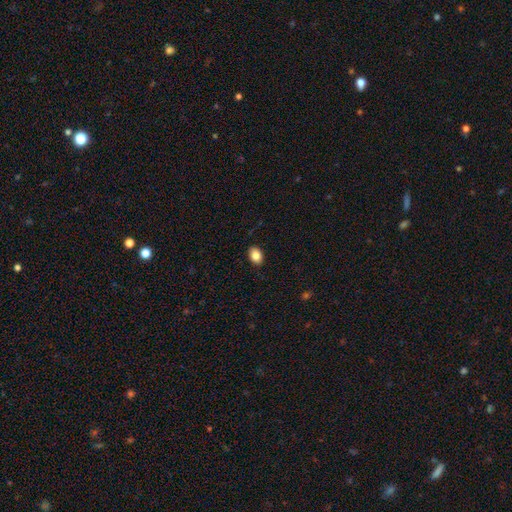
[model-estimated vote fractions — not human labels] Q: Smooth or featured?
A: smooth (85%); runner-up: star or artifact (8%)
Q: How rounded?
A: in between (79%); runner-up: round (20%)
Q: Merging?
A: none (88%); runner-up: minor disturbance (9%)